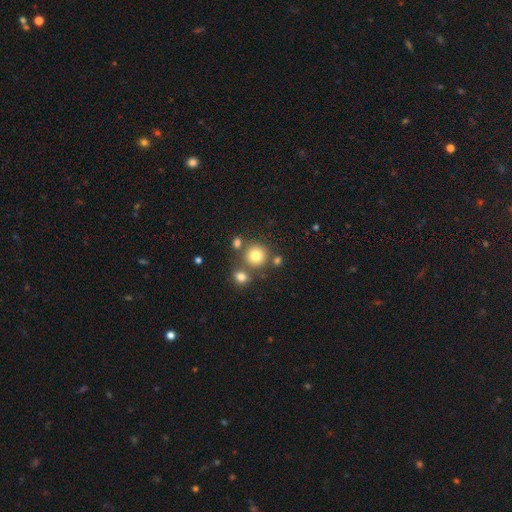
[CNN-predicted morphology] The model was most divided on "merging": none: 72%, merger: 16%, minor disturbance: 9%, major disturbance: 3%. More confident: how rounded — round (91%); smooth or featured — smooth (78%).